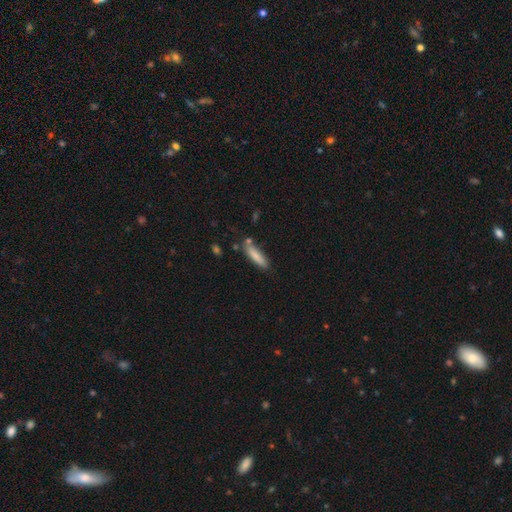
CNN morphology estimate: A smooth galaxy with no disk features (82%) that is cigar-shaped (74%).

Vote fractions:
- Smooth or featured? smooth: 82% / featured or disk: 11% / star or artifact: 7%
- How rounded? cigar-shaped: 74% / in between: 24% / round: 1%
- Merging? none: 74% / minor disturbance: 15% / merger: 8% / major disturbance: 4%